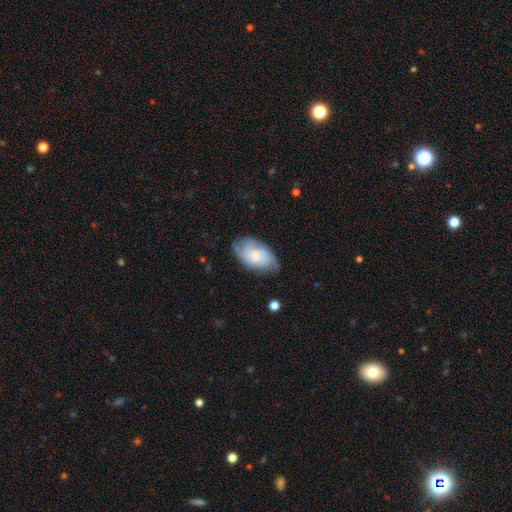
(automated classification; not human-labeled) The model was most divided on "smooth or featured": featured or disk: 51%, smooth: 42%, star or artifact: 7%. More confident: edge-on disk — no (95%); merging — none (66%).